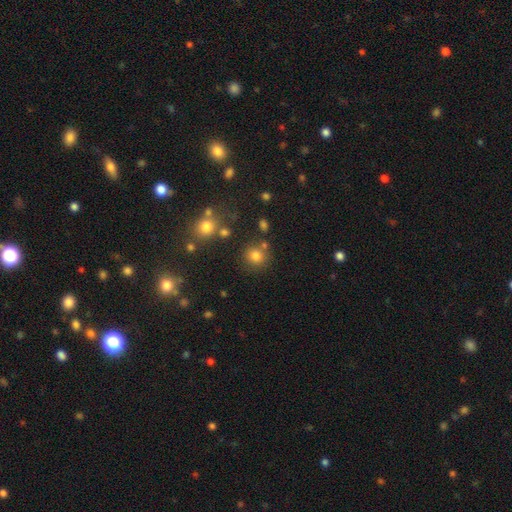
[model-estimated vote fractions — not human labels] smooth_or_featured: smooth (p=0.78) [alt: star or artifact p=0.15]
how_rounded: round (p=0.90) [alt: in between p=0.09]
merging: none (p=0.76) [alt: merger p=0.10]